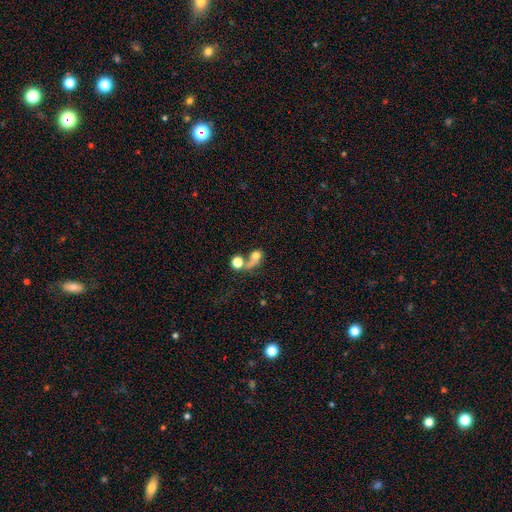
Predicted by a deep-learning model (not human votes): Q: Smooth or featured?
A: smooth (64%); runner-up: featured or disk (20%)
Q: How rounded?
A: round (61%); runner-up: in between (35%)
Q: Merging?
A: merger (48%); runner-up: none (26%)